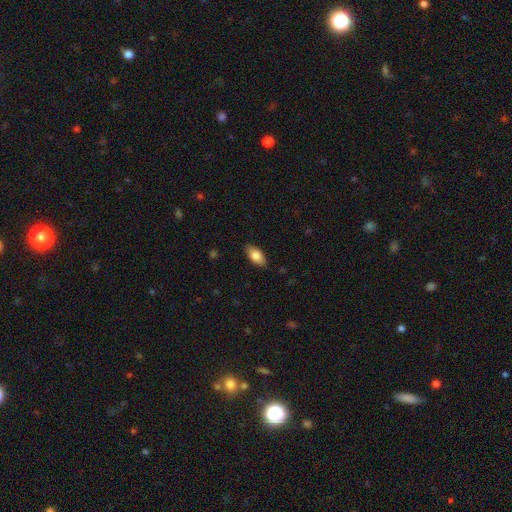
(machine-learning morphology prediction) smooth 82%, featured or disk 12%, star or artifact 6%. Down the decision tree: how rounded — in between (91%); merging — none (87%).